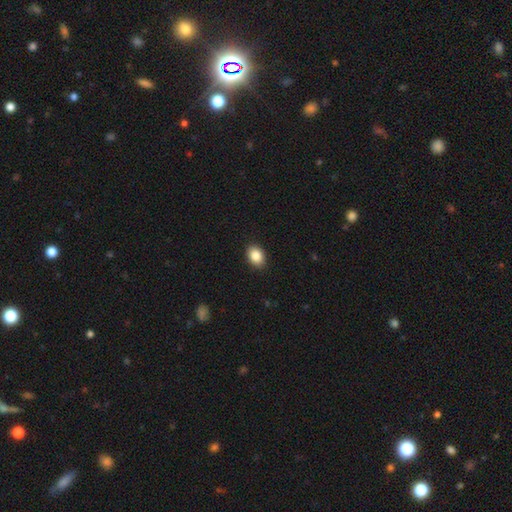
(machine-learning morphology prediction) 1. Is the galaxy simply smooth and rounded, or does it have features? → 86% smooth, 8% star or artifact, 5% featured or disk.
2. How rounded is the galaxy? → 69% in between, 30% round, 1% cigar-shaped.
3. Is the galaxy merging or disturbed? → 91% none, 7% minor disturbance, 2% major disturbance, 1% merger.